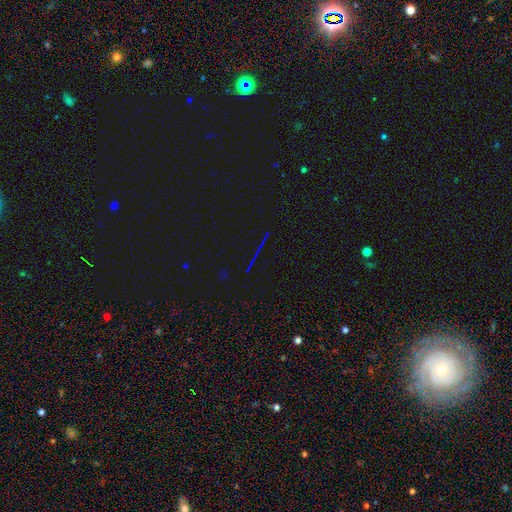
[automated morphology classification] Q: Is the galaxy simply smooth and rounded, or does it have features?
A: star or artifact — 79%.